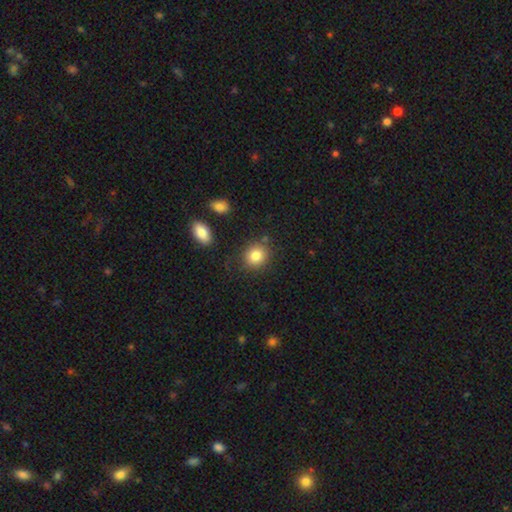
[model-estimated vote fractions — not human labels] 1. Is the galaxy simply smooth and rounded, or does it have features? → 84% smooth, 9% star or artifact, 7% featured or disk.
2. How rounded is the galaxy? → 73% round, 26% in between, 1% cigar-shaped.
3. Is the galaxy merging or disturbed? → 81% none, 11% minor disturbance, 4% merger, 3% major disturbance.